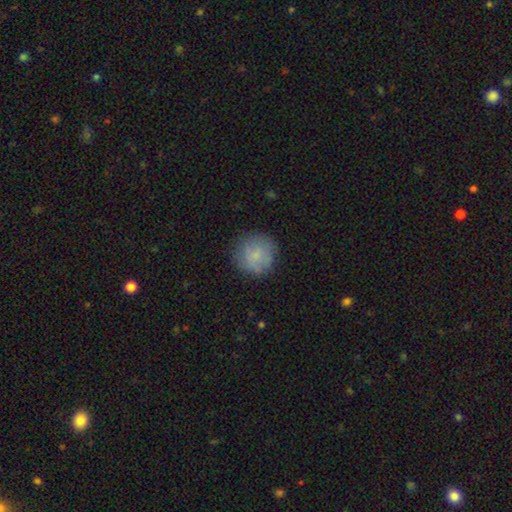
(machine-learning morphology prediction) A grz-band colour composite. It shows a smooth galaxy with no disk features (78%) that is round (93%). Merging: none (80%).